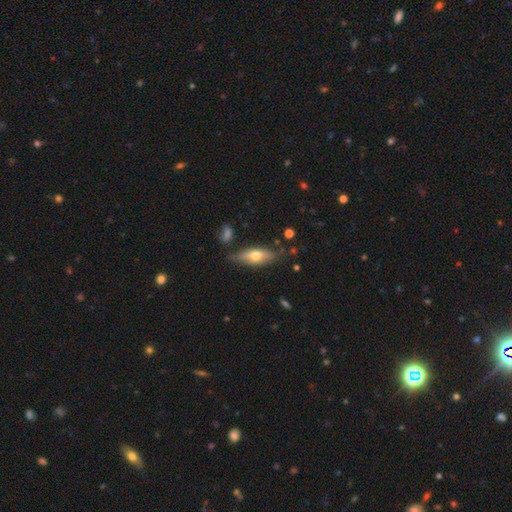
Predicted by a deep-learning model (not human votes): Smooth or featured?
  - featured or disk: 50% *
  - smooth: 43%
  - star or artifact: 7%
Edge-on disk?
  - yes: 81% *
  - no: 19%
Merging?
  - none: 72% *
  - minor disturbance: 19%
  - major disturbance: 5%
  - merger: 4%